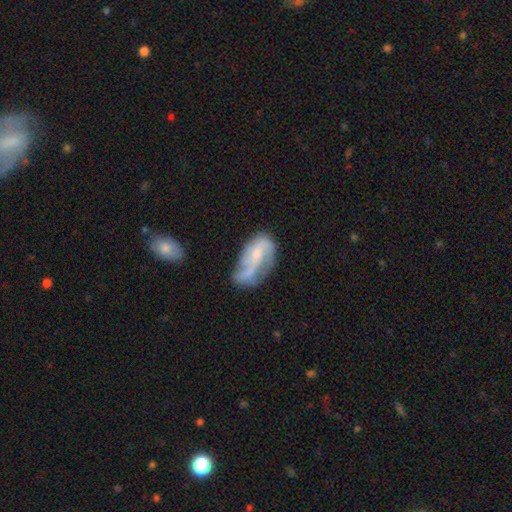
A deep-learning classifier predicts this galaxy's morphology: This appears to be a featured or disk galaxy (66%) with no bar (54%), 2 (55%) loose (46%) spiral arms (81%) and a small central bulge (52%). Merging: none (36%).